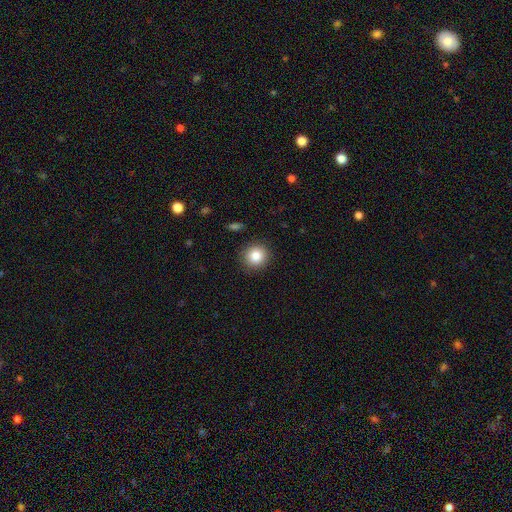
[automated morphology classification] A smooth galaxy with no disk features (85%) that is round (91%).

Vote fractions:
- Smooth or featured? smooth: 85% / star or artifact: 10% / featured or disk: 6%
- How rounded? round: 91% / in between: 8% / cigar-shaped: 1%
- Merging? none: 89% / minor disturbance: 7% / major disturbance: 2% / merger: 1%